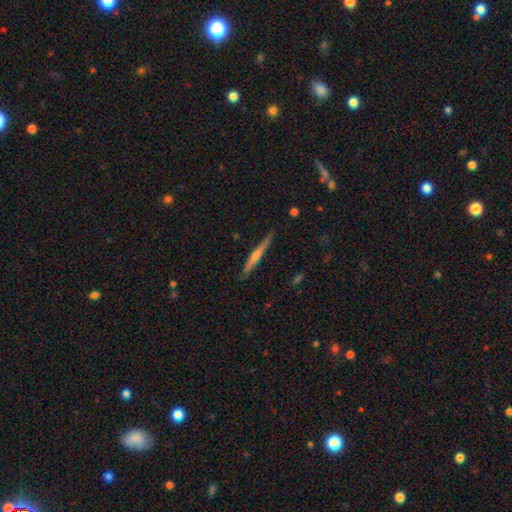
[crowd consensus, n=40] This is clearly a featured or disk galaxy (80%). It is clearly viewed edge-on (97%). Edge-on bulge: likely rounded (77%). Merging: clearly none (82%).